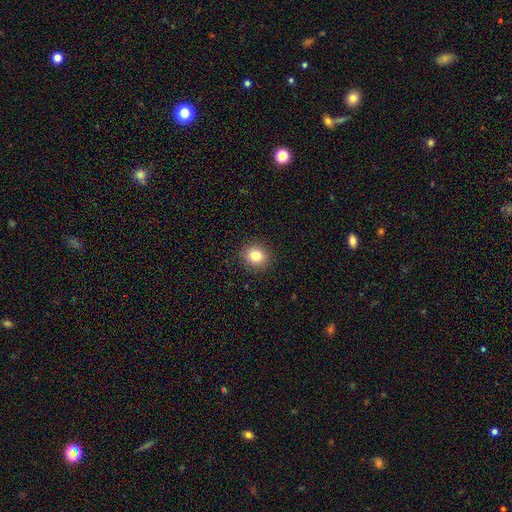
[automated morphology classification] Q: Smooth or featured?
A: smooth (83%); runner-up: star or artifact (11%)
Q: How rounded?
A: round (78%); runner-up: in between (22%)
Q: Merging?
A: none (91%); runner-up: minor disturbance (6%)